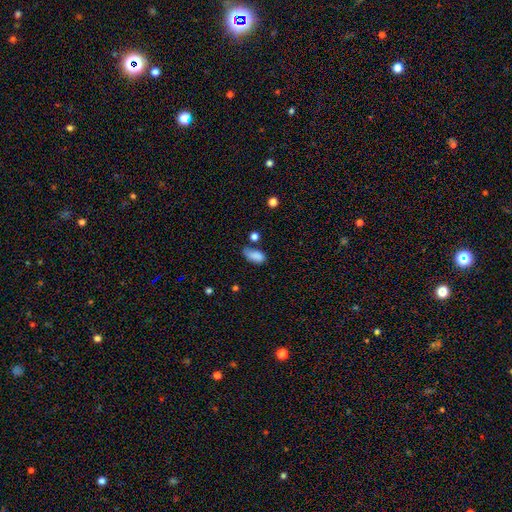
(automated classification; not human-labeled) This appears to be a smooth galaxy with no disk features (82%) that is in between round and cigar-shaped (91%). Merging: none (43%).